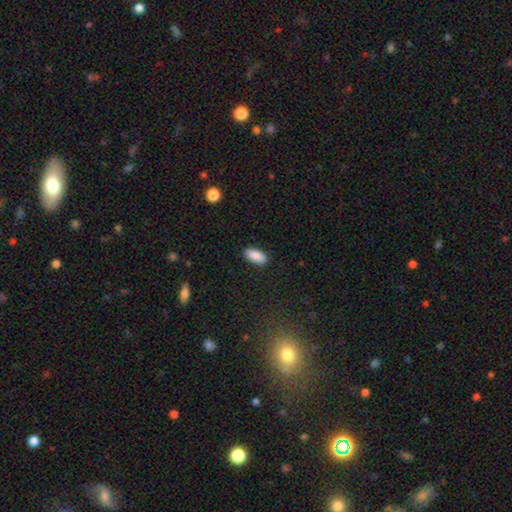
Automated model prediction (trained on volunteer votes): Smooth or featured? Predicted: smooth (p=0.89). How rounded? Predicted: in between (p=0.89). Merging? Predicted: none (p=0.88).